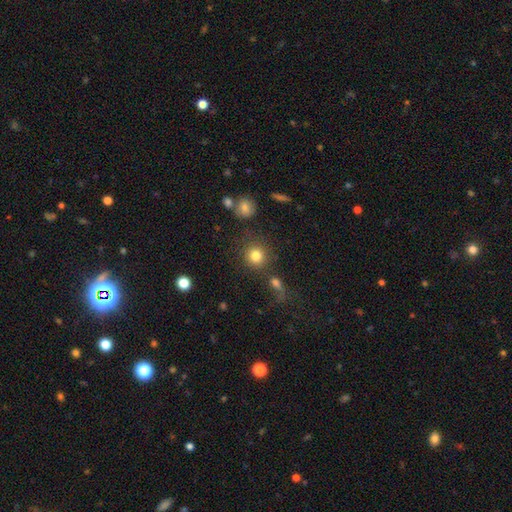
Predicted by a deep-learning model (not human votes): Smooth or featured? Predicted: smooth (p=0.81). How rounded? Predicted: round (p=0.91). Merging? Predicted: none (p=0.78).